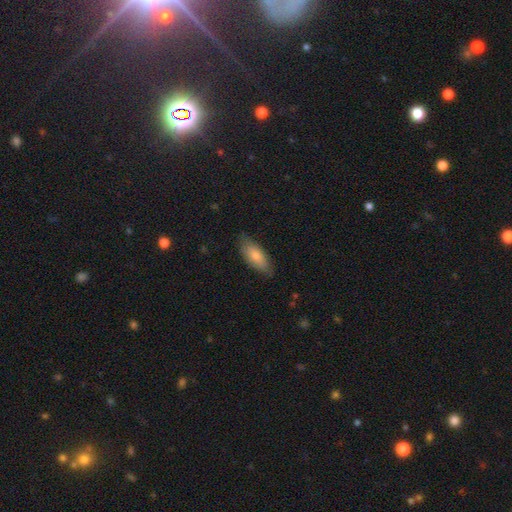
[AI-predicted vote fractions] Smooth or featured?
  - smooth: 74% *
  - featured or disk: 20%
  - star or artifact: 6%
How rounded?
  - in between: 79% *
  - cigar-shaped: 19%
  - round: 2%
Merging?
  - none: 74% *
  - minor disturbance: 21%
  - major disturbance: 4%
  - merger: 1%